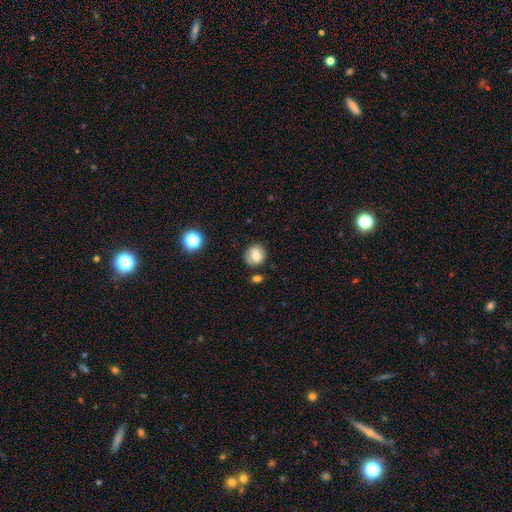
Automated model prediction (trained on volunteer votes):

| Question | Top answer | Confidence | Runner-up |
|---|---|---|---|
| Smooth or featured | smooth | 70% | featured or disk (19%) |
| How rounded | round | 65% | in between (34%) |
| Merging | none | 68% | minor disturbance (19%) |